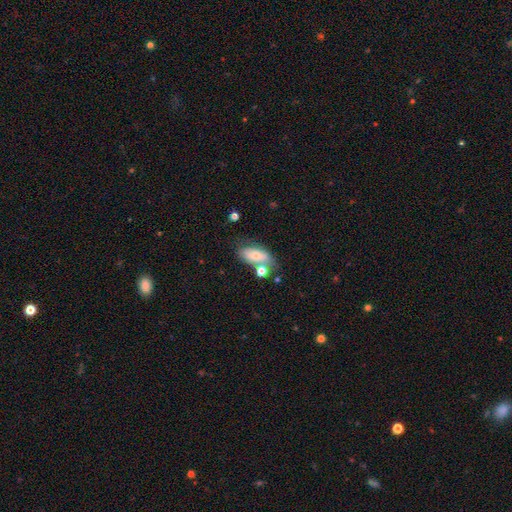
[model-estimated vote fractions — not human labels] Smooth or featured?
  - smooth: 64% *
  - featured or disk: 28%
  - star or artifact: 8%
How rounded?
  - in between: 86% *
  - cigar-shaped: 8%
  - round: 6%
Merging?
  - none: 51% *
  - merger: 23%
  - minor disturbance: 19%
  - major disturbance: 8%